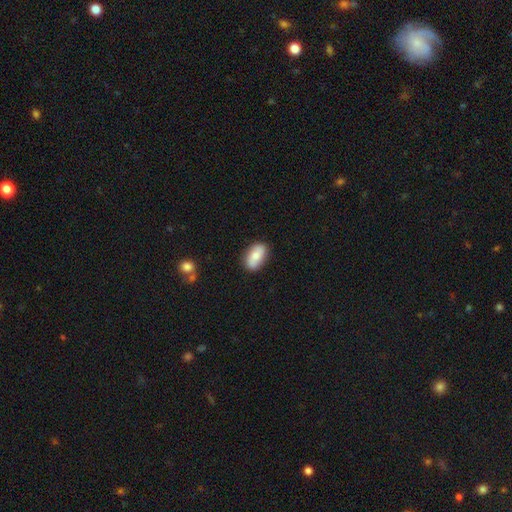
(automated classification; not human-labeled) smooth_or_featured: smooth (p=0.68) [alt: featured or disk p=0.25]
how_rounded: in between (p=0.91) [alt: round p=0.06]
merging: none (p=0.82) [alt: minor disturbance p=0.14]